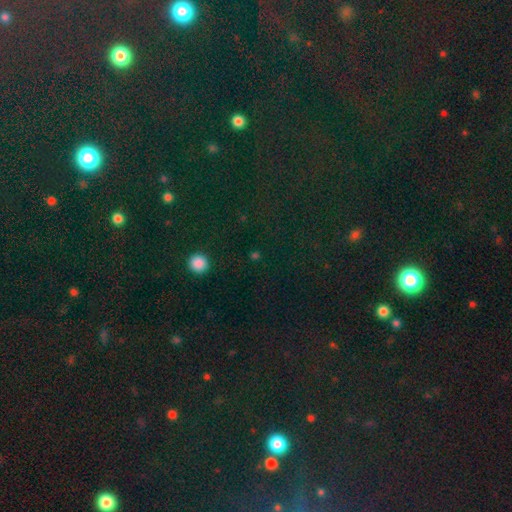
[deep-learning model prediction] star or artifact 48%, smooth 46%, featured or disk 6%.